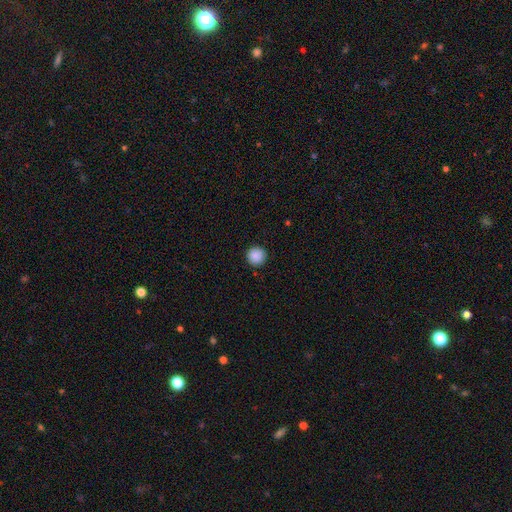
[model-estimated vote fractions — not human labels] This appears to be a smooth galaxy with no disk features (89%) that is round (96%). Merging: none (92%).